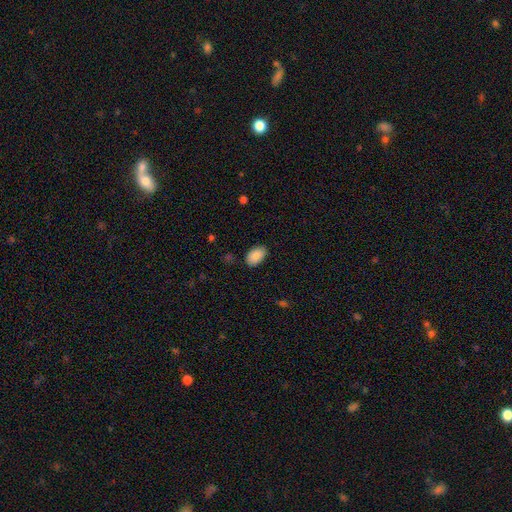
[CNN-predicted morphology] A smooth galaxy with no disk features (87%) that is in between round and cigar-shaped (93%). Merging: none (84%).